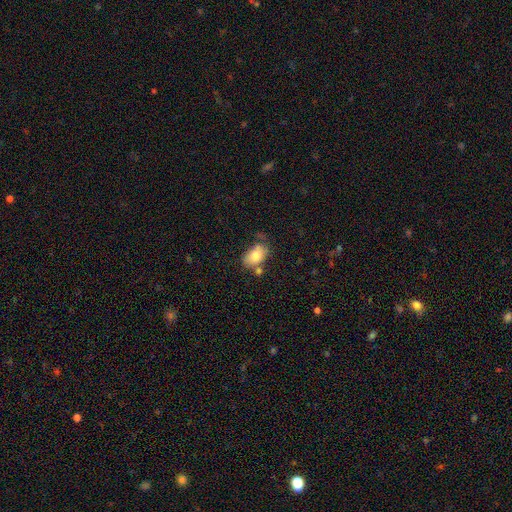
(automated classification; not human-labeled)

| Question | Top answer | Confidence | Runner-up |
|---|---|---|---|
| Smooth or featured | smooth | 74% | featured or disk (18%) |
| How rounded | in between | 86% | round (12%) |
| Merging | none | 48% | minor disturbance (25%) |